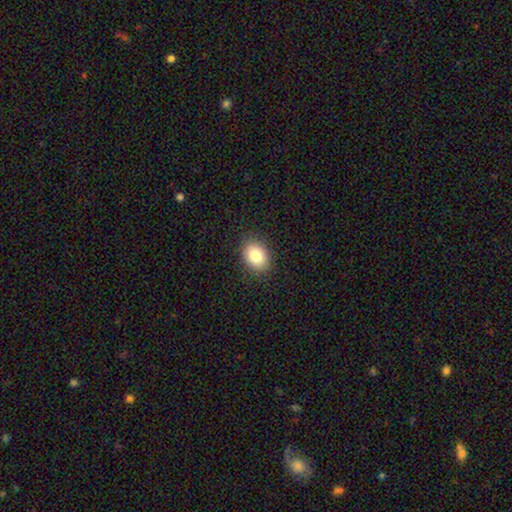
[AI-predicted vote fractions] Morphology: type=smooth (84%); roundness=in between (69%); merging=none (88%).